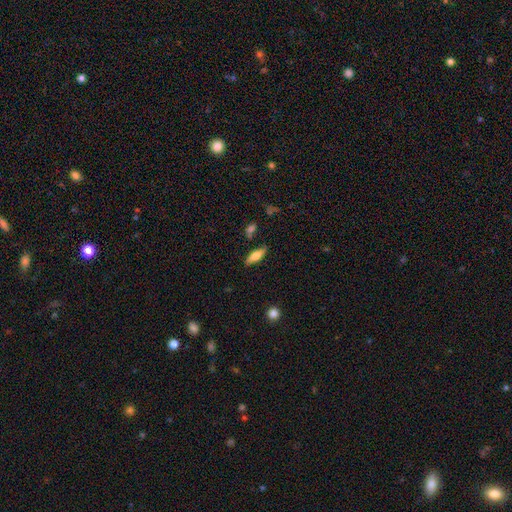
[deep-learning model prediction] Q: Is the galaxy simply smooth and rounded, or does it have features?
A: smooth — 56%.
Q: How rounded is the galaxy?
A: in between — 51%.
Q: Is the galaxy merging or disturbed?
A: none — 81%.